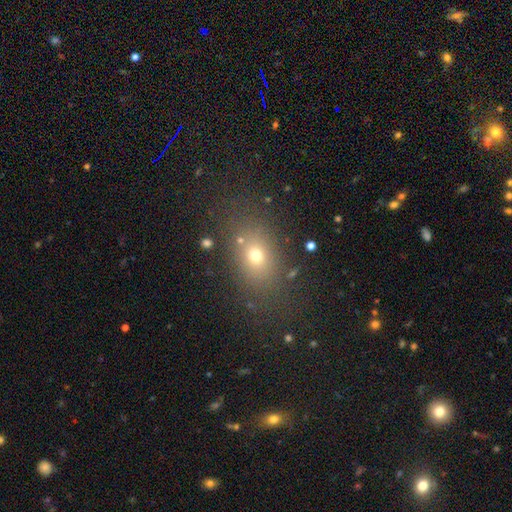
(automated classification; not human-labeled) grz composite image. It shows a smooth galaxy with no disk features (68%) that is in between round and cigar-shaped (68%). Merging: none (77%).